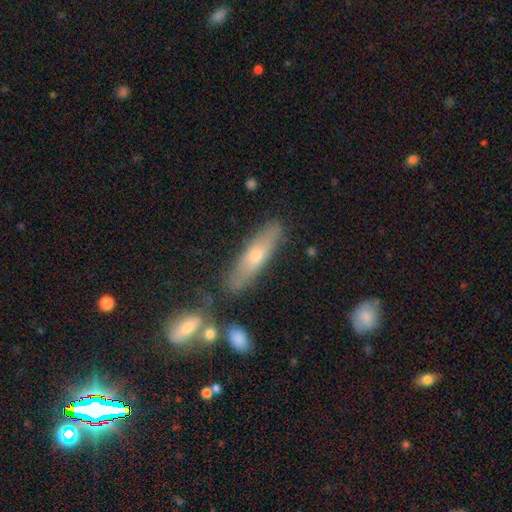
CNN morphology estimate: Smooth or featured?
  - smooth: 52% *
  - featured or disk: 39%
  - star or artifact: 8%
How rounded?
  - cigar-shaped: 72% *
  - in between: 26%
  - round: 2%
Merging?
  - none: 76% *
  - minor disturbance: 15%
  - merger: 6%
  - major disturbance: 4%